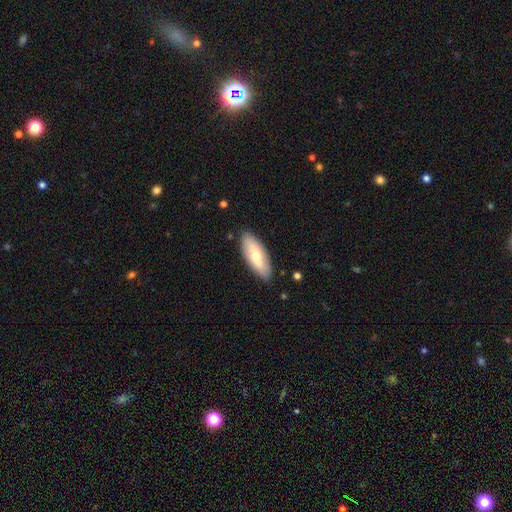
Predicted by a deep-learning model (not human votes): smooth 64%, featured or disk 30%, star or artifact 5%. Down the decision tree: how rounded — in between (77%); merging — none (87%).